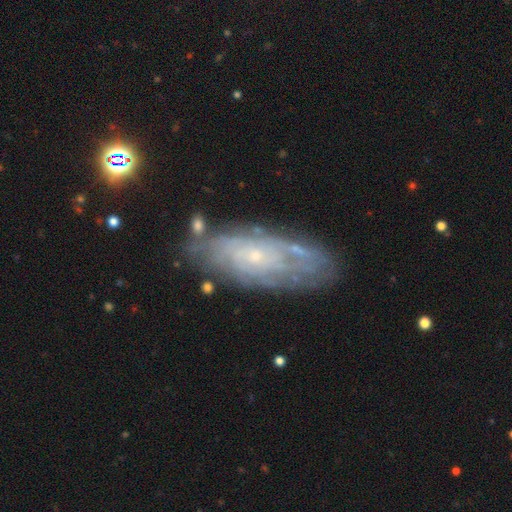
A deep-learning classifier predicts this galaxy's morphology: Smooth or featured? featured or disk (71%)
Edge-on disk? no (88%)
Bar? no (81%)
Spiral arms? yes (77%)
Bulge size? small (84%)
Merging? none (73%)